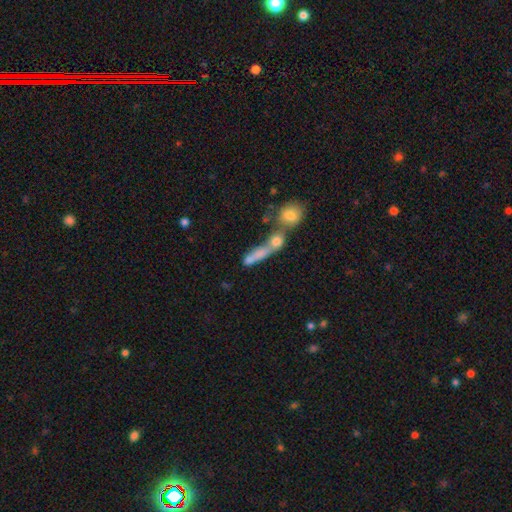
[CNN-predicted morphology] Overall: smooth (67%). How rounded: cigar-shaped (57%; in between 27%). Merging: merger (54%; none 27%).